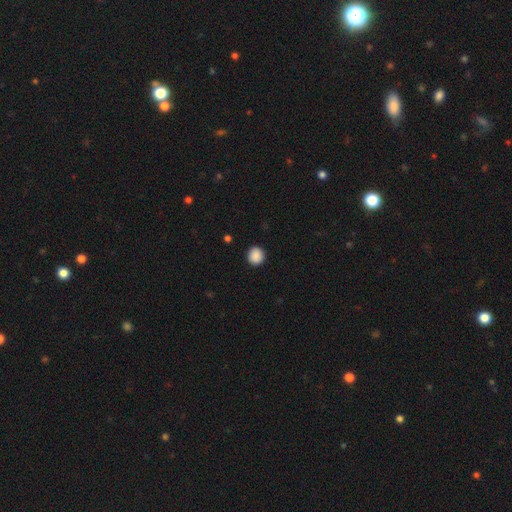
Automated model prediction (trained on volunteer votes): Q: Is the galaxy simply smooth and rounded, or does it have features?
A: smooth — 89%.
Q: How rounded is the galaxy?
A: round — 91%.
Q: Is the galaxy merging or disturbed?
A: none — 91%.